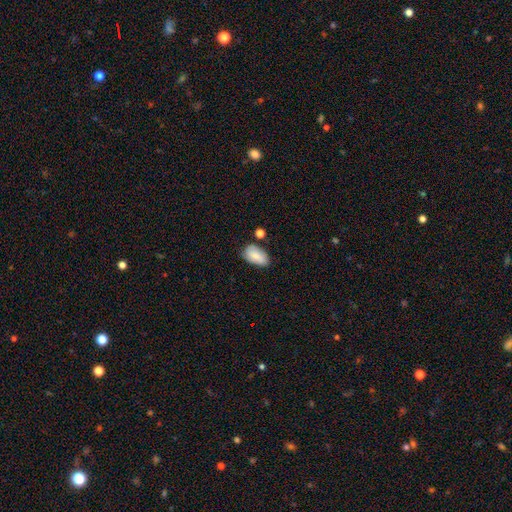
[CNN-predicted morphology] A smooth galaxy with no disk features (81%) that is in between round and cigar-shaped (93%). Merging: none (68%).